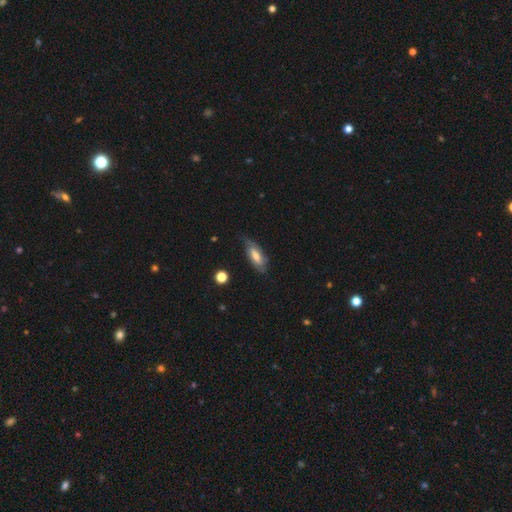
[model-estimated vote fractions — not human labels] Overall: smooth (47%; featured or disk 46%). Merging: none (67%).